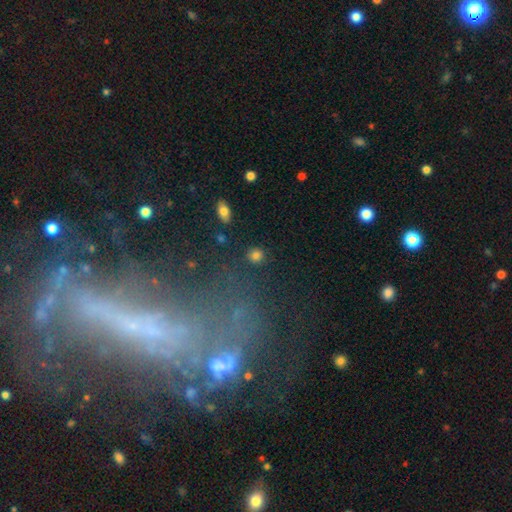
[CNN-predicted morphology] Q: Smooth or featured?
A: smooth (81%); runner-up: star or artifact (13%)
Q: How rounded?
A: round (88%); runner-up: in between (10%)
Q: Merging?
A: none (88%); runner-up: minor disturbance (7%)